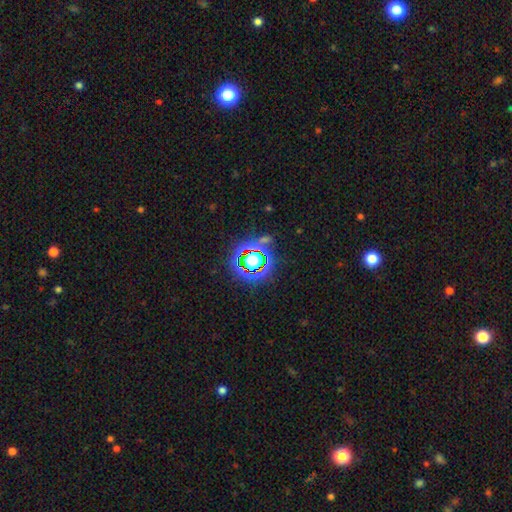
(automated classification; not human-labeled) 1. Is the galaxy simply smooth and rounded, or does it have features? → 80% star or artifact, 12% smooth, 8% featured or disk.